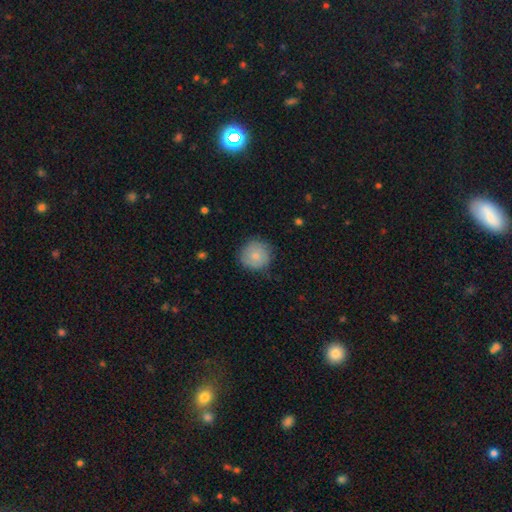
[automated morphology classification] smooth_or_featured: smooth (p=0.78) [alt: featured or disk p=0.15]
how_rounded: round (p=0.94) [alt: in between p=0.05]
merging: none (p=0.79) [alt: minor disturbance p=0.16]